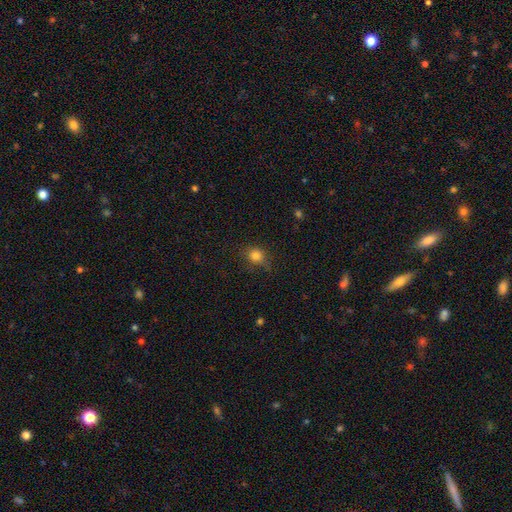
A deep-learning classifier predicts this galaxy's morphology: type=smooth (82%); roundness=round (75%); merging=none (73%).